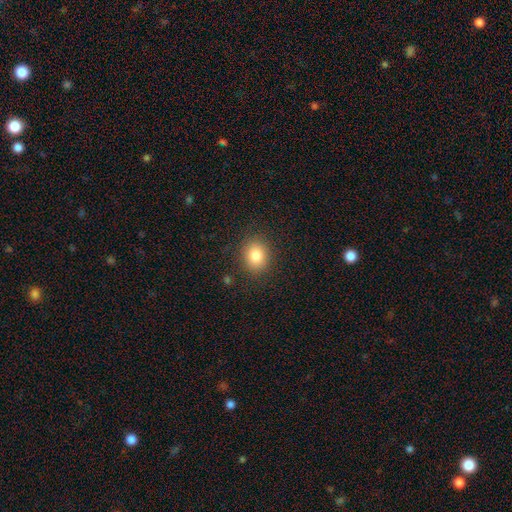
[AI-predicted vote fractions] This appears to be a smooth galaxy with no disk features (83%) that is round (64%). Merging: none (87%).